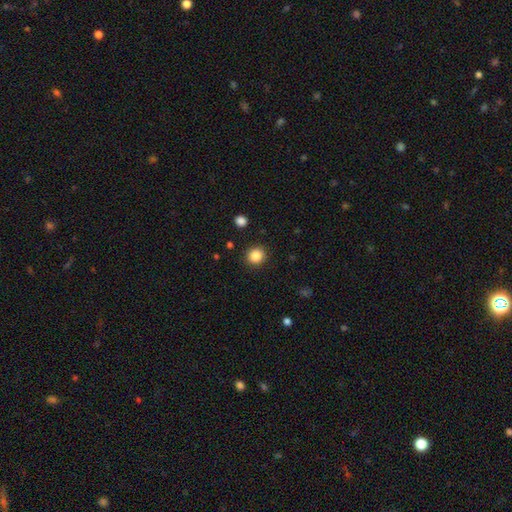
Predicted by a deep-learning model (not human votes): smooth 87%, star or artifact 10%, featured or disk 3%. Down the decision tree: how rounded — round (89%); merging — none (90%).